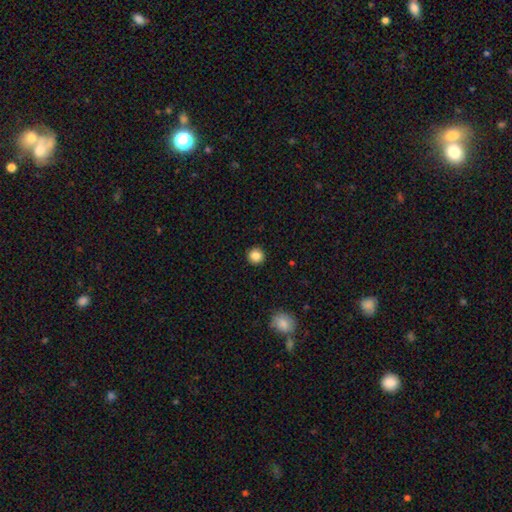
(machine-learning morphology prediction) Smooth or featured? smooth (85%)
How rounded? round (95%)
Merging? none (93%)